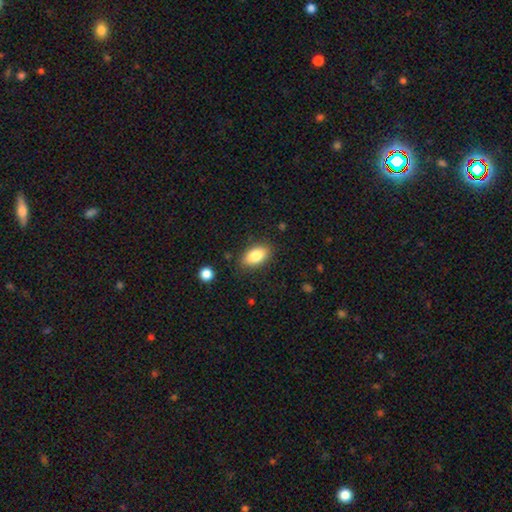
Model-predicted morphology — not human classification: type=smooth (84%); roundness=in between (91%); merging=none (84%).